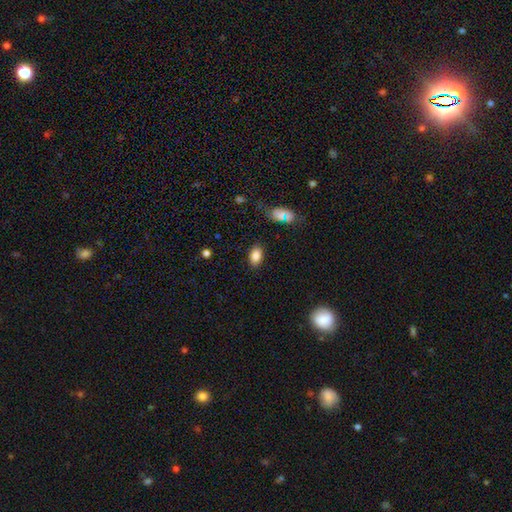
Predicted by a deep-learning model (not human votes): The model was most divided on "merging": none: 85%, minor disturbance: 10%, major disturbance: 3%, merger: 2%. More confident: how rounded — in between (88%); smooth or featured — smooth (85%).